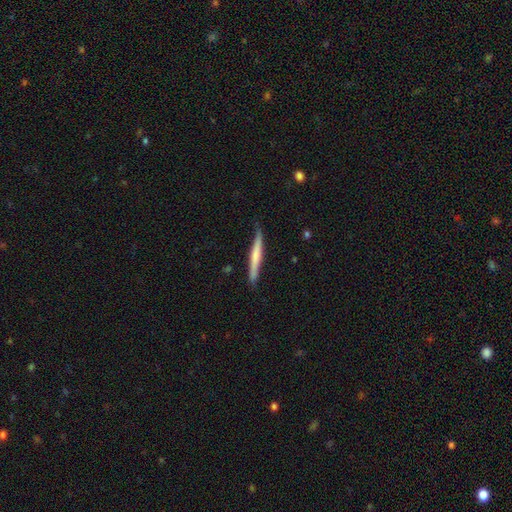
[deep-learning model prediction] smooth-or-featured: smooth: 51% | featured or disk: 44% | star or artifact: 5%
  how-rounded: cigar-shaped: 96% | in between: 3% | round: 1%
  merging: none: 83% | minor disturbance: 14% | major disturbance: 2% | merger: 1%